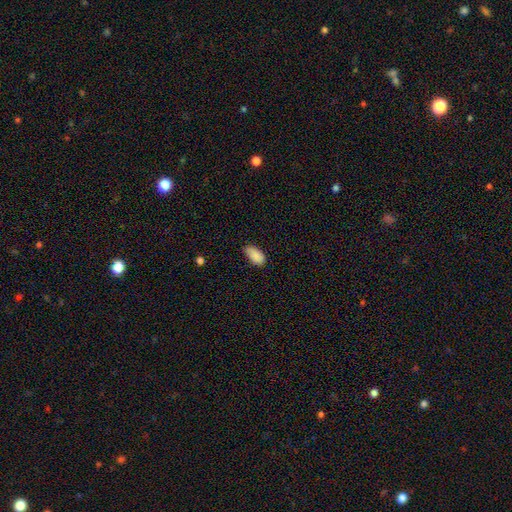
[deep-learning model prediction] Smooth or featured? Predicted: smooth (p=0.88). How rounded? Predicted: in between (p=0.94). Merging? Predicted: none (p=0.59).